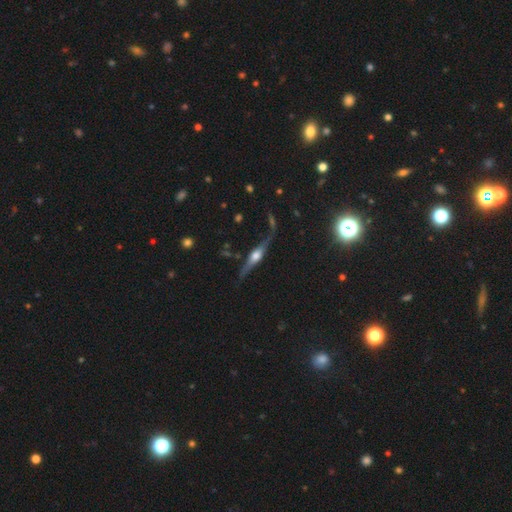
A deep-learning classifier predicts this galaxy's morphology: featured or disk 77%, smooth 17%, star or artifact 7%. Down the decision tree: edge-on disk — yes (94%); edge-on bulge — rounded (90%); merging — none (72%).